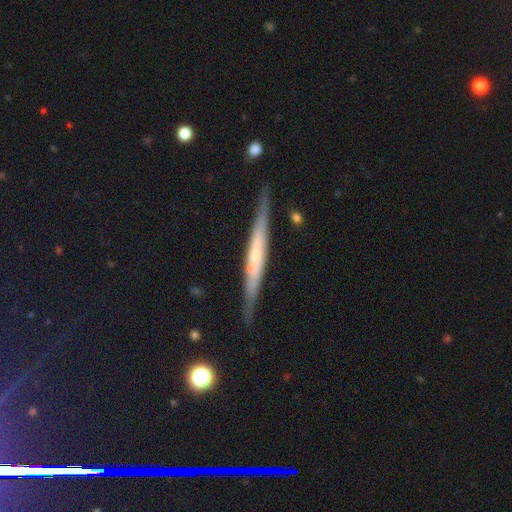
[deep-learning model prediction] This is likely a featured or disk galaxy (66%). It is clearly viewed edge-on (94%). Edge-on bulge: possibly none (49%). Merging: clearly none (83%).